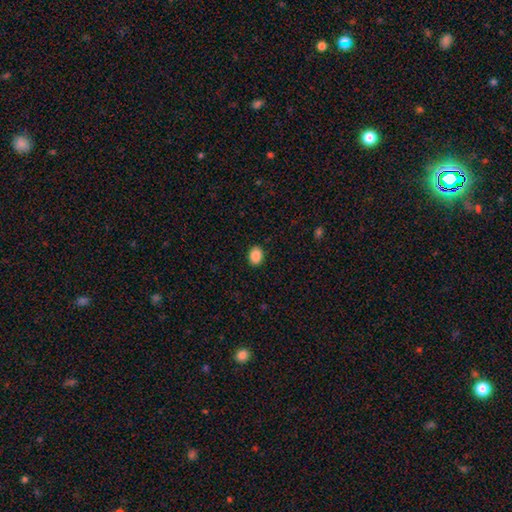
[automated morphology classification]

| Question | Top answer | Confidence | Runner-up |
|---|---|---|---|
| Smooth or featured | smooth | 89% | star or artifact (8%) |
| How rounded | in between | 70% | round (29%) |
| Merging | none | 90% | minor disturbance (7%) |